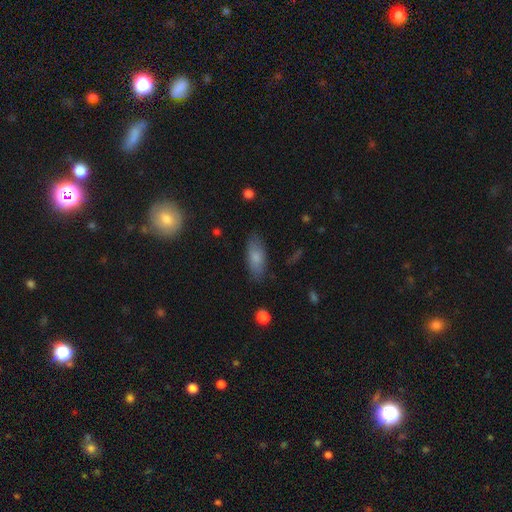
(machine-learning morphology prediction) smooth-or-featured: smooth: 74% | featured or disk: 17% | star or artifact: 8%
  how-rounded: in between: 75% | cigar-shaped: 22% | round: 3%
  merging: none: 83% | minor disturbance: 13% | major disturbance: 3% | merger: 1%